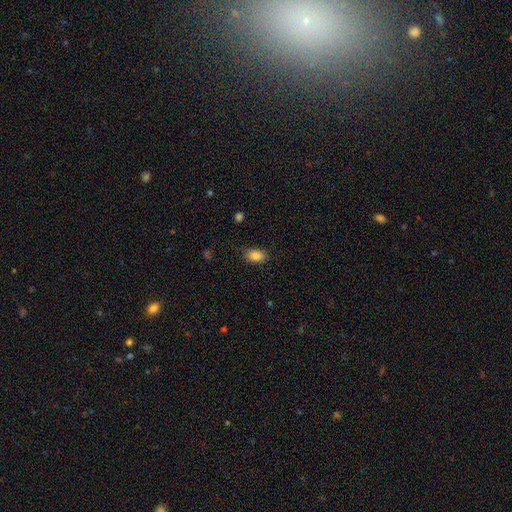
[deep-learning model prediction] The model was most divided on "merging": none: 81%, minor disturbance: 15%, major disturbance: 3%, merger: 1%. More confident: smooth or featured — smooth (86%); how rounded — in between (85%).